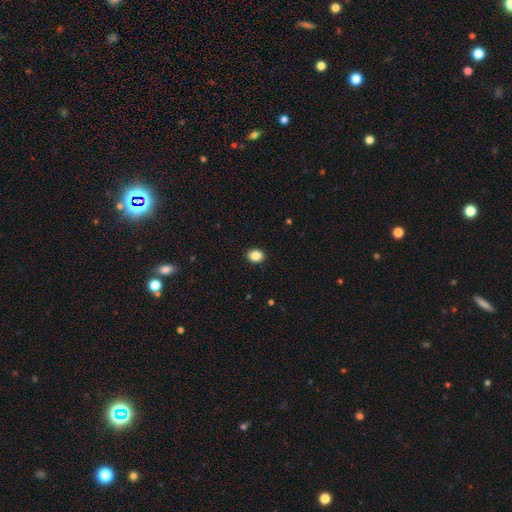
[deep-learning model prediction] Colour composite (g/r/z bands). It shows a smooth galaxy with no disk features (86%) that is round (50%). Merging: none (91%).